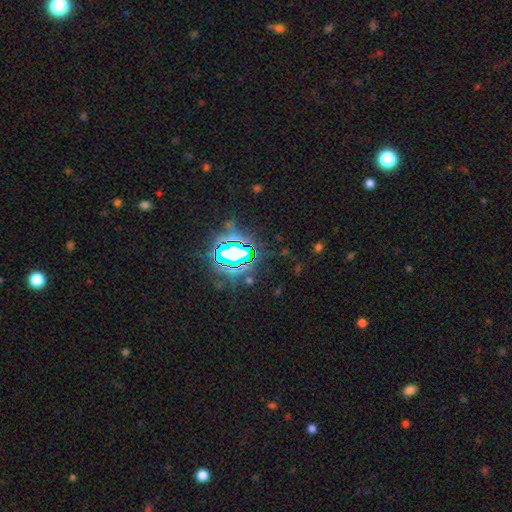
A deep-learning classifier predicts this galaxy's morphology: smooth-or-featured: star or artifact: 83% | smooth: 10% | featured or disk: 7%